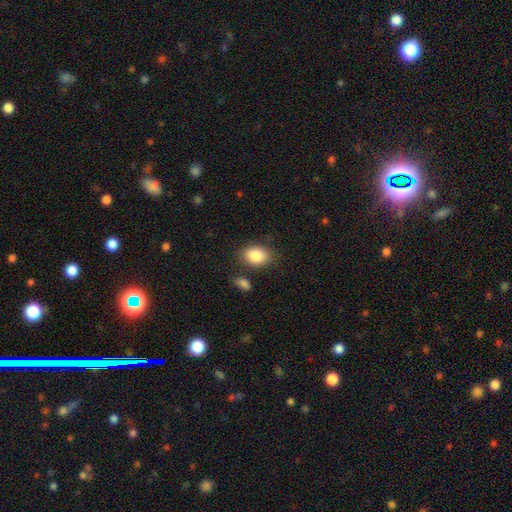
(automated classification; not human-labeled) A smooth galaxy with no disk features (86%) that is in between round and cigar-shaped (77%). Merging: none (76%).